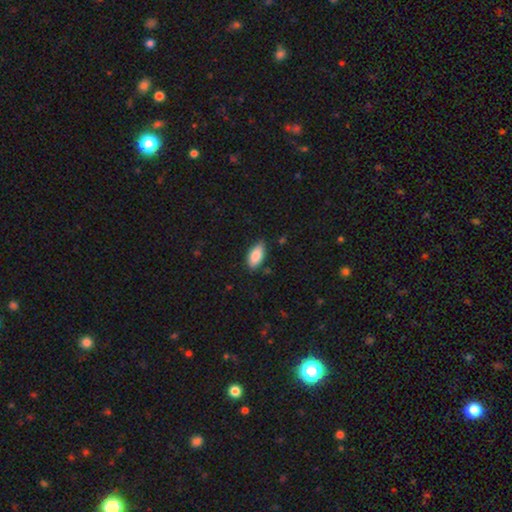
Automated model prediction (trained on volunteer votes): This is clearly a smooth galaxy (87%). How rounded: clearly in between (91%). Merging: likely none (77%).